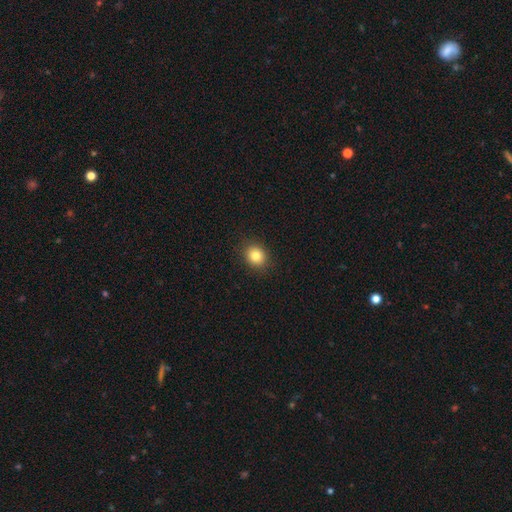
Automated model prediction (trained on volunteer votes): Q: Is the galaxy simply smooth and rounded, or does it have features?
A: smooth — 82%.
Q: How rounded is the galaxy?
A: round — 70%.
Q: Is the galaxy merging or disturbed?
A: none — 90%.